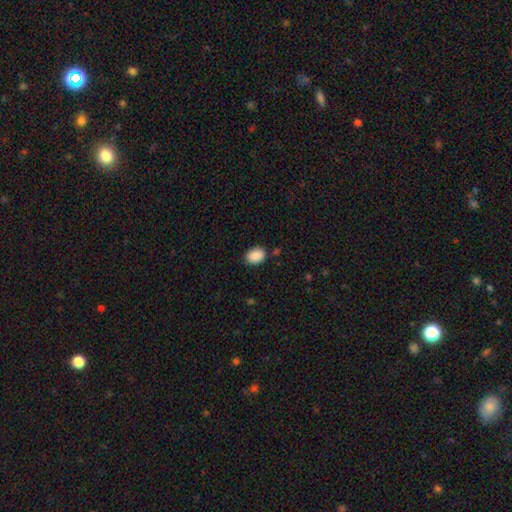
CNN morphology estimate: This is clearly a smooth galaxy (89%). How rounded: likely in between (73%). Merging: clearly none (84%).